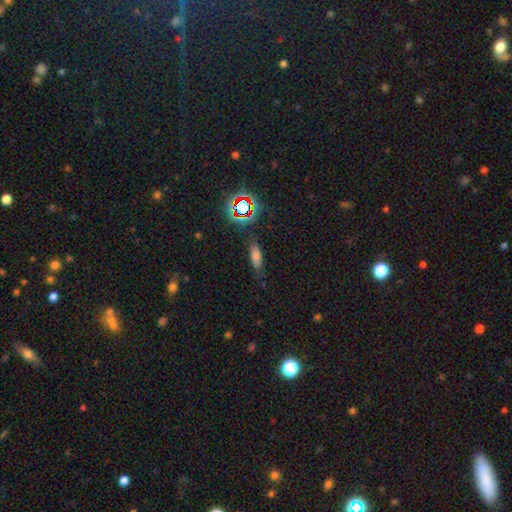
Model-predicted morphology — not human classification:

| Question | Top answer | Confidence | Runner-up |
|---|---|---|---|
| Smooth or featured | smooth | 66% | star or artifact (19%) |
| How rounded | in between | 55% | cigar-shaped (40%) |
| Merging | none | 72% | minor disturbance (19%) |